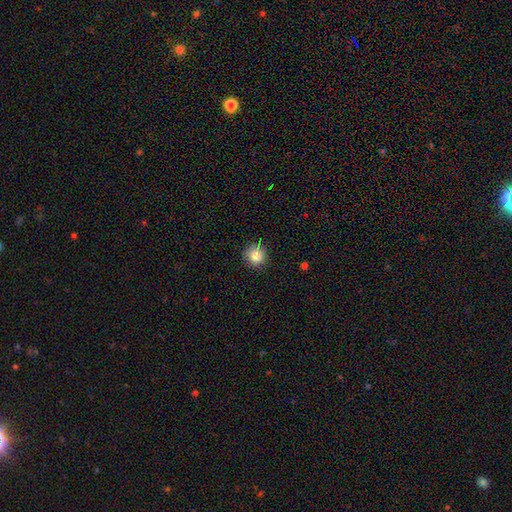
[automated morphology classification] A smooth galaxy with no disk features (84%) that is round (92%). Merging: none (84%).